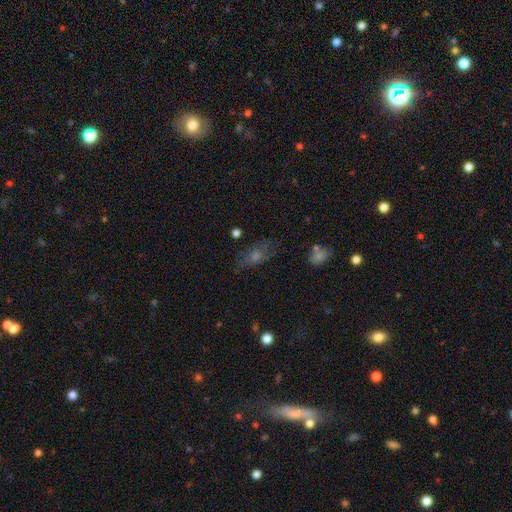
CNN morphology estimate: This appears to be a smooth galaxy with no disk features (42%). Merging: none (69%).